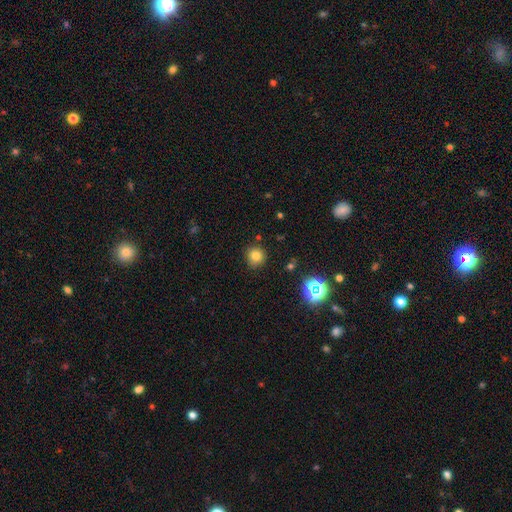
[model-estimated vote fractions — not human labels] Smooth or featured? Predicted: smooth (p=0.78). How rounded? Predicted: round (p=0.92). Merging? Predicted: none (p=0.86).